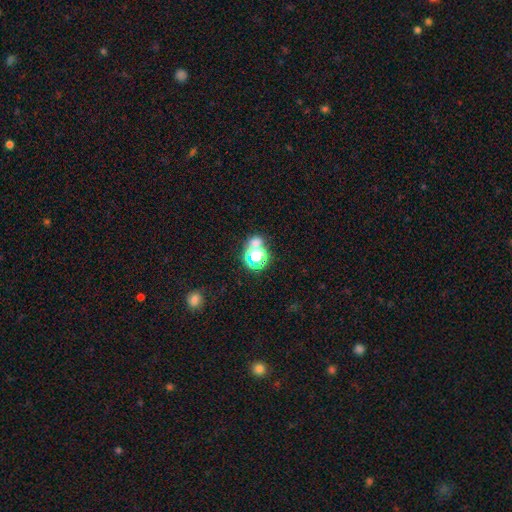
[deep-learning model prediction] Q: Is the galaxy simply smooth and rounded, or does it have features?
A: smooth — 47%.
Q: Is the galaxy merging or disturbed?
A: none — 54%.